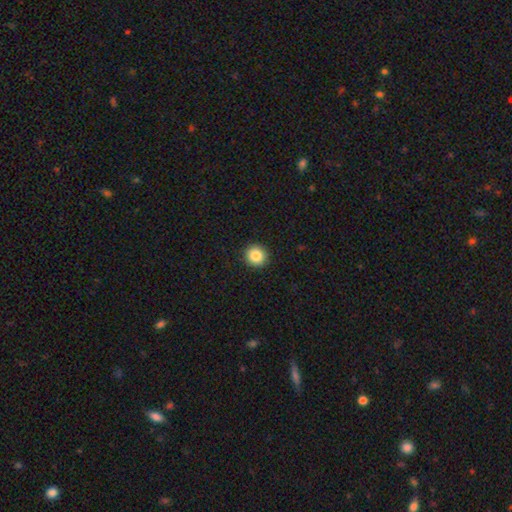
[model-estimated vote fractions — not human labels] A smooth galaxy with no disk features (86%) that is round (92%).

Vote fractions:
- Smooth or featured? smooth: 86% / star or artifact: 9% / featured or disk: 4%
- How rounded? round: 92% / in between: 7% / cigar-shaped: 1%
- Merging? none: 92% / minor disturbance: 5% / major disturbance: 2% / merger: 1%